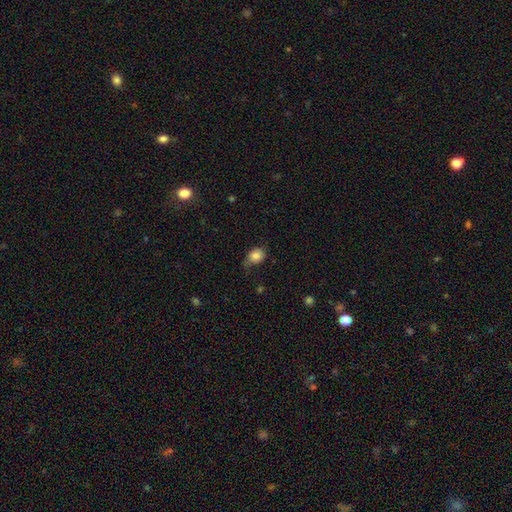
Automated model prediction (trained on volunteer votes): Overall: smooth (83%). How rounded: in between (57%; round 42%). Merging: none (48%; minor disturbance 38%).